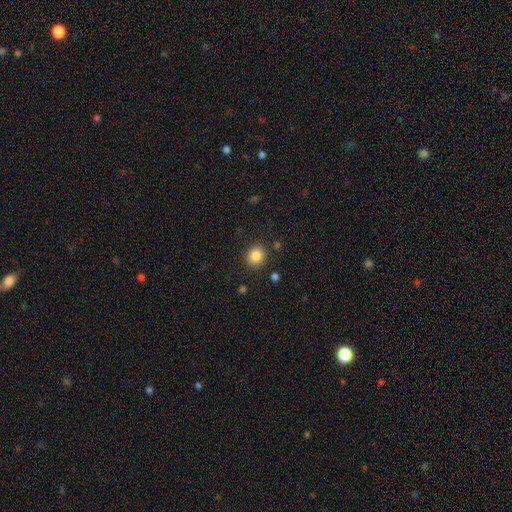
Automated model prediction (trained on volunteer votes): smooth-or-featured: smooth: 85% | star or artifact: 10% | featured or disk: 5%
  how-rounded: round: 75% | in between: 24% | cigar-shaped: 1%
  merging: none: 87% | minor disturbance: 8% | major disturbance: 3% | merger: 2%